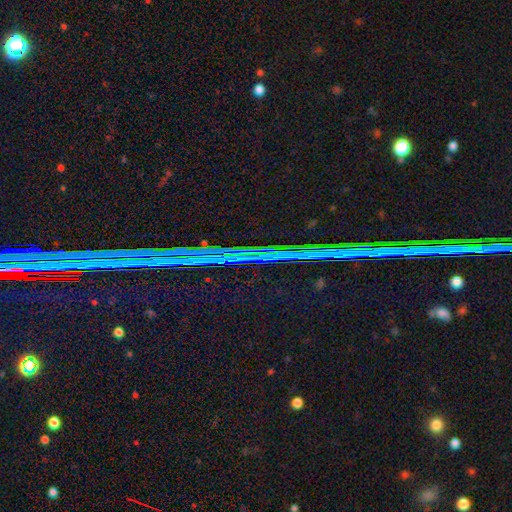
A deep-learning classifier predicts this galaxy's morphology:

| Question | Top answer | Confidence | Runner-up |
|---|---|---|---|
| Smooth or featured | star or artifact | 88% | featured or disk (7%) |